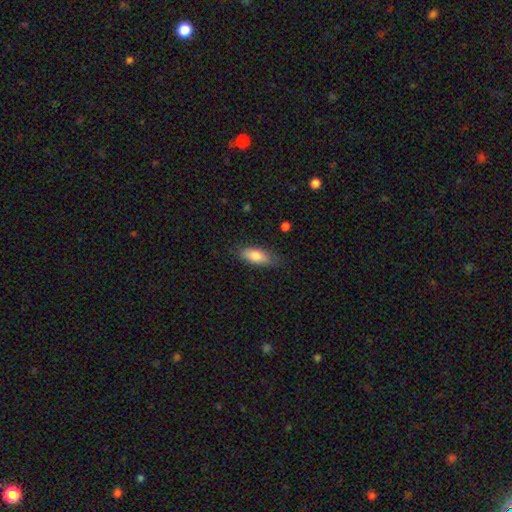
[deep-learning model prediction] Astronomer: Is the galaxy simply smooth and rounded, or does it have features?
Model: smooth — 81%.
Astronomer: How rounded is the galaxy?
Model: in between — 78%.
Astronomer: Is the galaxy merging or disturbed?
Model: none — 75%.